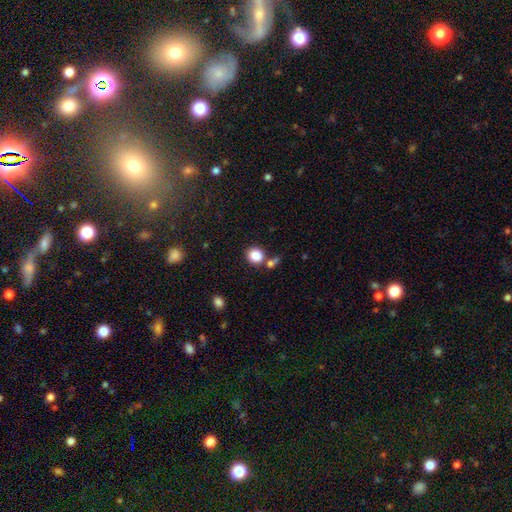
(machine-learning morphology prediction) Smooth or featured: smooth — 85% (star or artifact — 10%)
How rounded: round — 82% (in between — 17%)
Merging: none — 69% (merger — 16%)